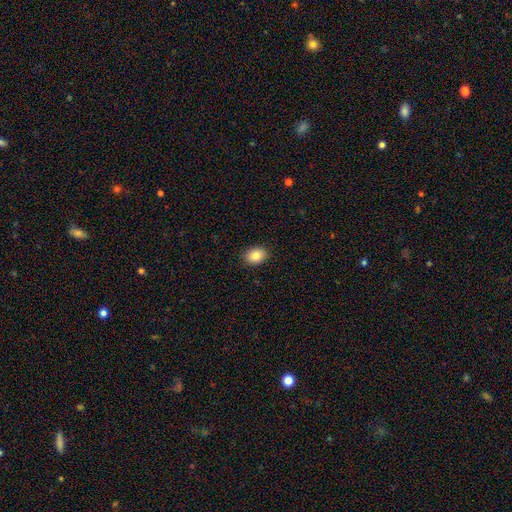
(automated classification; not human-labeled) Overall: smooth (85%). How rounded: in between (70%). Merging: none (89%).